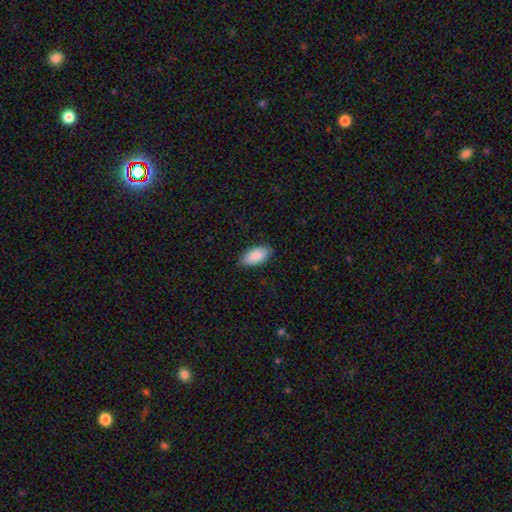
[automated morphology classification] smooth 87%, featured or disk 8%, star or artifact 6%. Down the decision tree: how rounded — in between (94%); merging — none (82%).